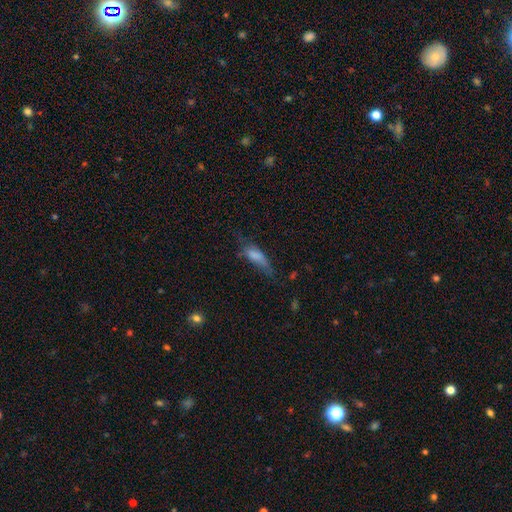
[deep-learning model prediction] Smooth or featured? Predicted: smooth (p=0.69). How rounded? Predicted: in between (p=0.62). Merging? Predicted: minor disturbance (p=0.33).